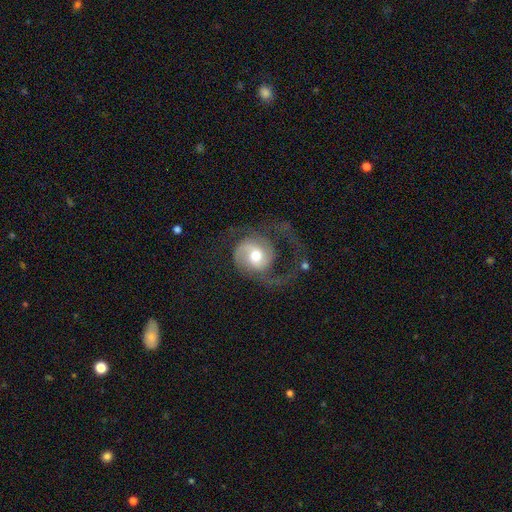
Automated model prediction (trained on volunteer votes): Smooth or featured: featured or disk — 77% (smooth — 17%)
Edge-on disk: no — 98% (yes — 2%)
Bar: no — 61% (weak — 31%)
Spiral arms: yes — 93% (no — 7%)
Spiral winding: medium — 42% (loose — 37%)
Spiral arm count: 2 — 51% (1 — 35%)
Bulge size: moderate — 69% (large — 15%)
Merging: none — 43% (major disturbance — 41%)